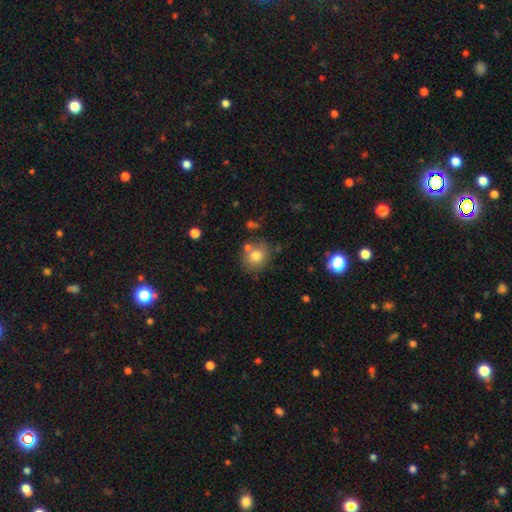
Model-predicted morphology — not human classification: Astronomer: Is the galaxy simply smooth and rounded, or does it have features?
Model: smooth — 77%.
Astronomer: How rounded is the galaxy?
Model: round — 75%.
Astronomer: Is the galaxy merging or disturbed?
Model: none — 73%.